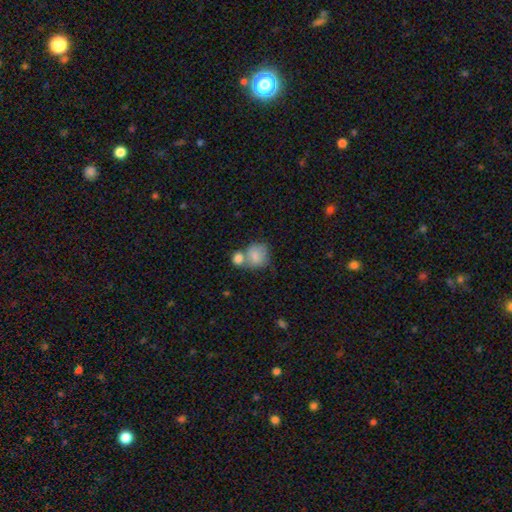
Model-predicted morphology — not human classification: smooth-or-featured: smooth: 80% | featured or disk: 13% | star or artifact: 8%
  how-rounded: round: 66% | in between: 33% | cigar-shaped: 1%
  merging: merger: 51% | none: 31% | minor disturbance: 12% | major disturbance: 6%